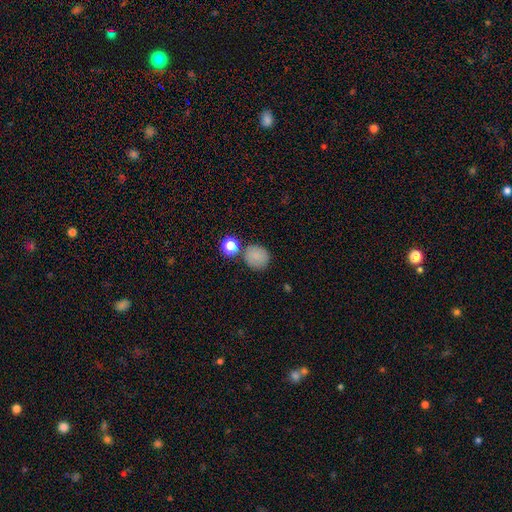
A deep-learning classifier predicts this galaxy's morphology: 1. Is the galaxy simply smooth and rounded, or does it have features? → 82% smooth, 11% star or artifact, 6% featured or disk.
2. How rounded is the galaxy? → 85% round, 14% in between, 1% cigar-shaped.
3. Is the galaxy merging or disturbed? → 75% none, 12% minor disturbance, 10% merger, 4% major disturbance.